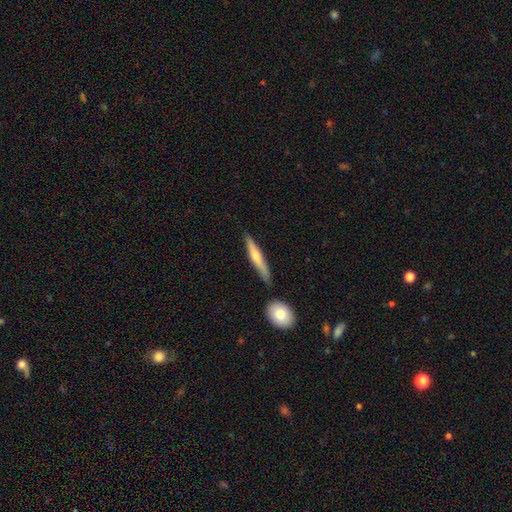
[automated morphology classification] Overall: featured or disk (53%; smooth 40%). Edge-on disk: yes (93%). Merging: none (83%).